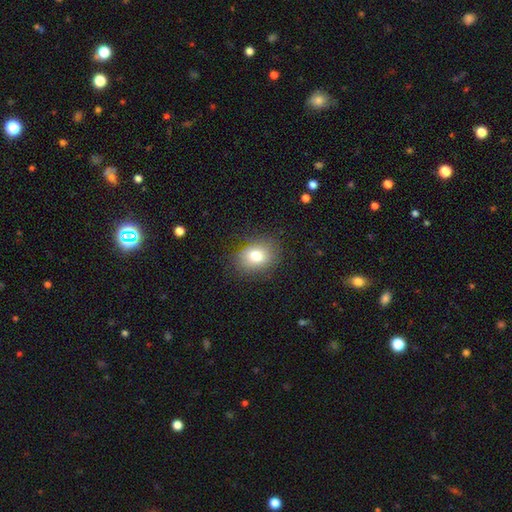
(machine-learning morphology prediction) smooth 77%, star or artifact 12%, featured or disk 12%. Down the decision tree: how rounded — round (51%); merging — none (82%).